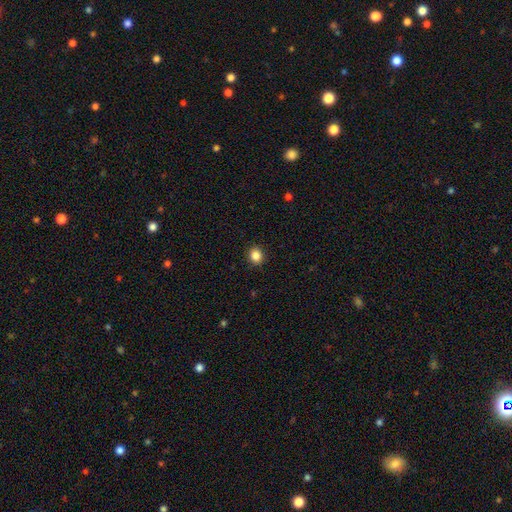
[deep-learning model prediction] smooth 86%, star or artifact 10%, featured or disk 4%. Down the decision tree: how rounded — round (77%); merging — none (91%).